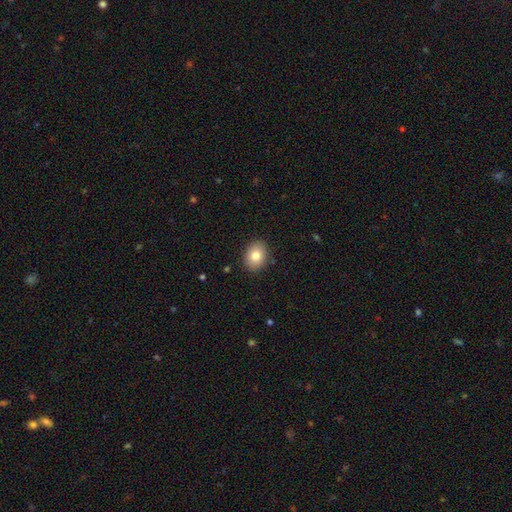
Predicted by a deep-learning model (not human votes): A smooth galaxy with no disk features (81%) that is in between round and cigar-shaped (63%). Merging: none (89%).